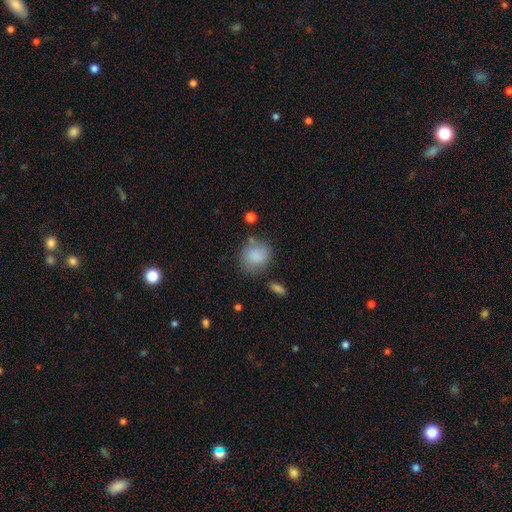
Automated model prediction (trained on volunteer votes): Smooth or featured: smooth — 84% (featured or disk — 9%)
How rounded: round — 73% (in between — 26%)
Merging: none — 65% (minor disturbance — 21%)